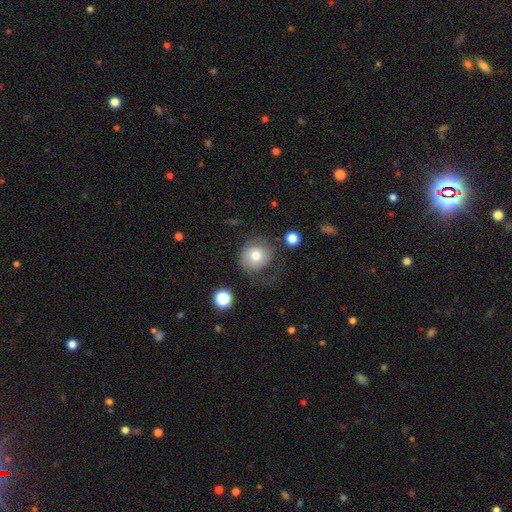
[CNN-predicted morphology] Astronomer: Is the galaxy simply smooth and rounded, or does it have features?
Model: smooth — 66%.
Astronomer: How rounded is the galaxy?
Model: round — 85%.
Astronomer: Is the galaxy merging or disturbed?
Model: none — 45% (runner-up: major disturbance, 30%).